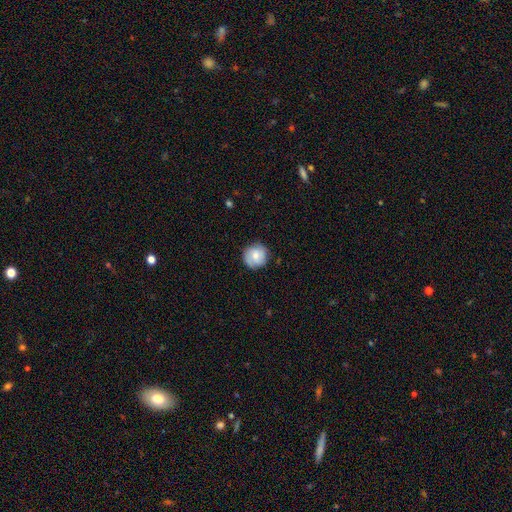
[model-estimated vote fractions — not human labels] Smooth or featured: smooth — 61% (featured or disk — 32%)
How rounded: round — 92% (in between — 7%)
Merging: none — 83% (minor disturbance — 13%)